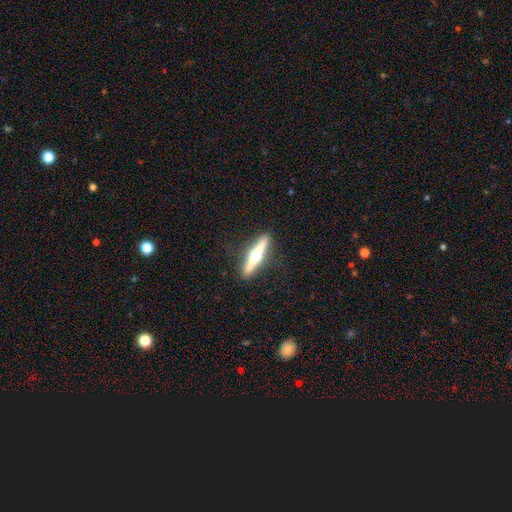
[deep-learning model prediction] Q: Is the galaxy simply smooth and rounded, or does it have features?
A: featured or disk — 71%.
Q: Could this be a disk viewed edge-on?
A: yes — 97%.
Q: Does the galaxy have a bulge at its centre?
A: rounded — 96%.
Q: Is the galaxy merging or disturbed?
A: none — 91%.